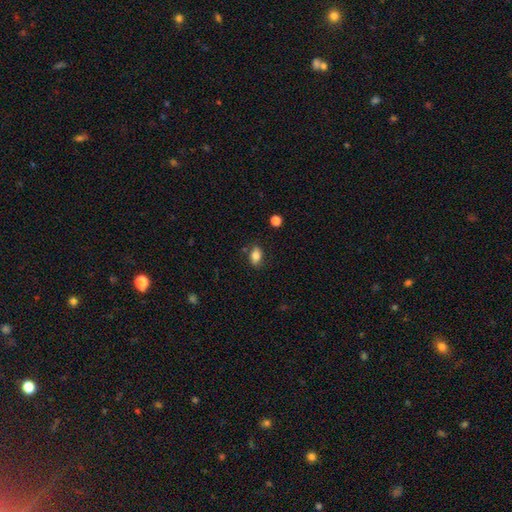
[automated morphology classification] A smooth galaxy with no disk features (82%) that is in between round and cigar-shaped (82%).

Vote fractions:
- Smooth or featured? smooth: 82% / featured or disk: 9% / star or artifact: 9%
- How rounded? in between: 82% / round: 16% / cigar-shaped: 2%
- Merging? none: 78% / minor disturbance: 14% / merger: 4% / major disturbance: 3%